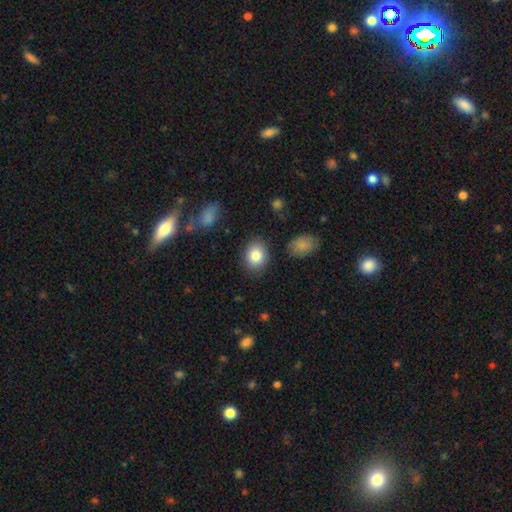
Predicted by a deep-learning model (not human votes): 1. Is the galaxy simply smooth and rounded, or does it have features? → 84% smooth, 8% star or artifact, 8% featured or disk.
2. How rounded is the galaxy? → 57% in between, 42% round, 1% cigar-shaped.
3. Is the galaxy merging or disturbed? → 85% none, 10% minor disturbance, 3% major disturbance, 2% merger.